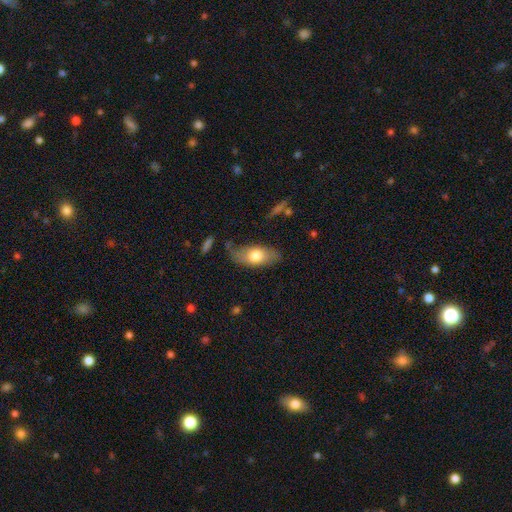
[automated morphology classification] Smooth or featured? Predicted: smooth (p=0.67). How rounded? Predicted: in between (p=0.88). Merging? Predicted: none (p=0.68).